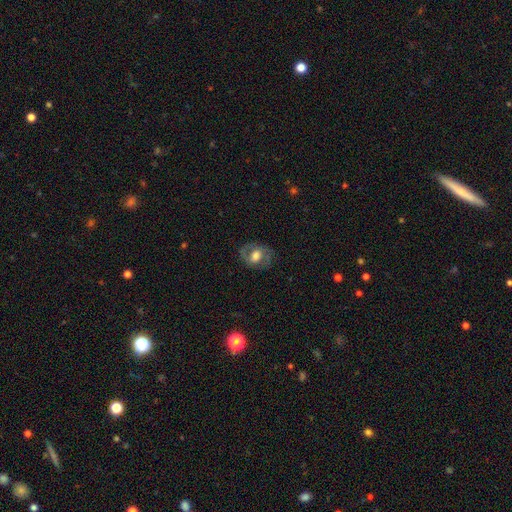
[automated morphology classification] A featured or disk galaxy (55%) with no bar (54%), spiral arms (65%) and a moderate central bulge (49%).

Vote fractions:
- Smooth or featured? featured or disk: 55% / smooth: 37% / star or artifact: 8%
- Edge-on disk? no: 96% / yes: 4%
- Bar? no: 54% / weak: 35% / strong: 11%
- Spiral arms? yes: 65% / no: 35%
- Bulge size? moderate: 49% / large: 38% / small: 7% / dominant: 3% / none: 2%
- Merging? none: 73% / minor disturbance: 17% / major disturbance: 9% / merger: 1%